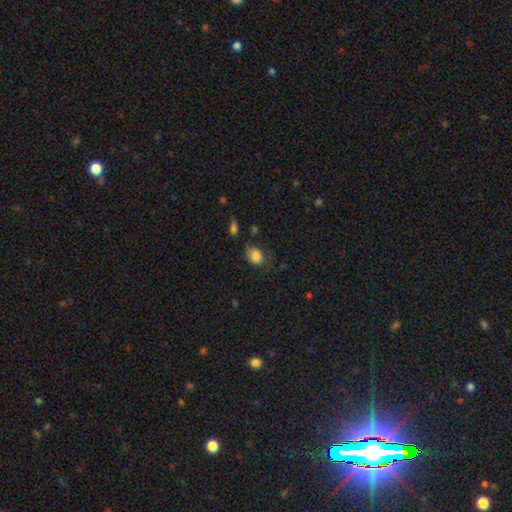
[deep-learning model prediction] This appears to be a smooth galaxy with no disk features (81%) that is in between round and cigar-shaped (66%). Merging: none (51%).